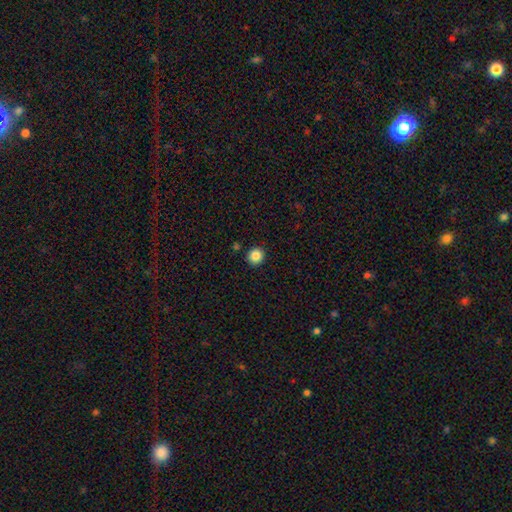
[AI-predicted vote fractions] smooth 86%, star or artifact 10%, featured or disk 4%. Down the decision tree: how rounded — round (91%); merging — none (92%).